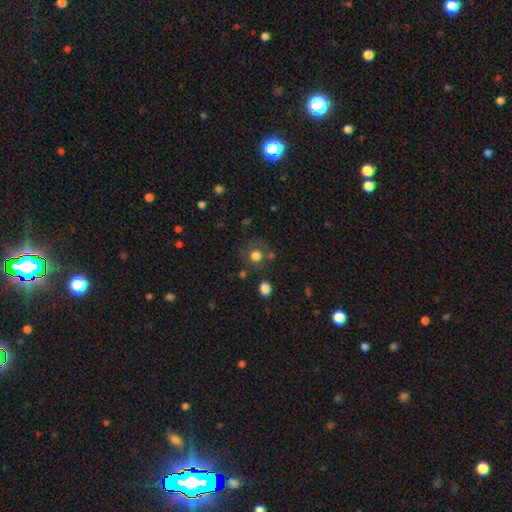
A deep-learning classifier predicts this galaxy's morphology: Smooth or featured? Predicted: smooth (p=0.76). How rounded? Predicted: round (p=0.84). Merging? Predicted: none (p=0.71).